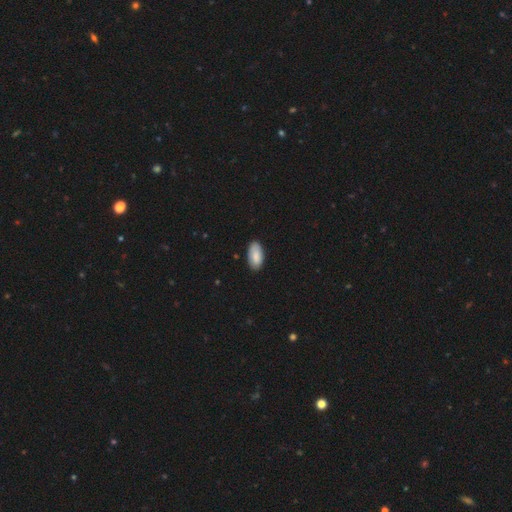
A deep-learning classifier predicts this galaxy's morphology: type=smooth (85%); roundness=in between (94%); merging=none (84%).